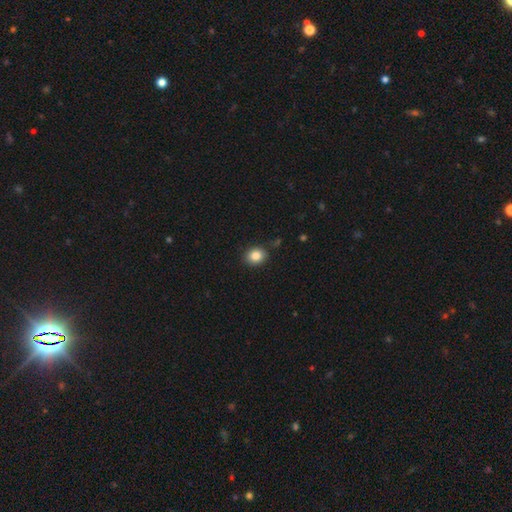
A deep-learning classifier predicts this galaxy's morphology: smooth_or_featured: smooth (p=0.86) [alt: star or artifact p=0.09]
how_rounded: round (p=0.56) [alt: in between p=0.43]
merging: none (p=0.86) [alt: minor disturbance p=0.10]